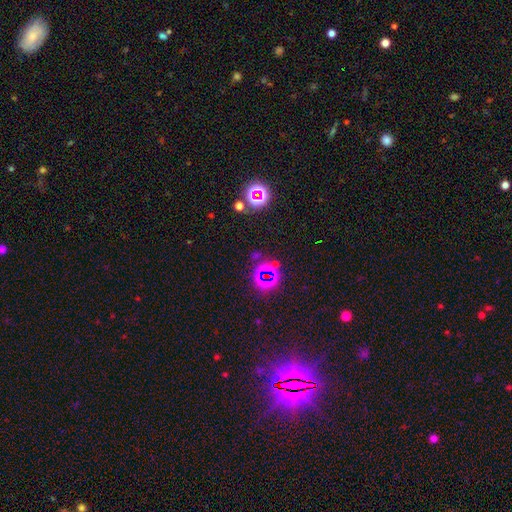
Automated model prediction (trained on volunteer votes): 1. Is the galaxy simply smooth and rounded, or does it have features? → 62% star or artifact, 29% smooth, 10% featured or disk.